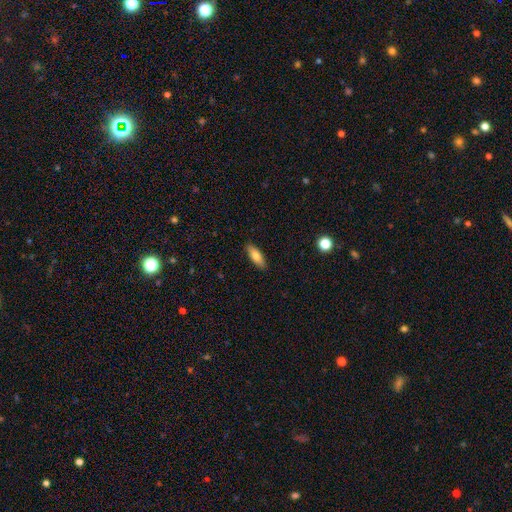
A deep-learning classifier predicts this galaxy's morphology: smooth-or-featured: smooth: 79% | featured or disk: 14% | star or artifact: 7%
  how-rounded: in between: 67% | cigar-shaped: 31% | round: 2%
  merging: none: 88% | minor disturbance: 9% | major disturbance: 2% | merger: 1%